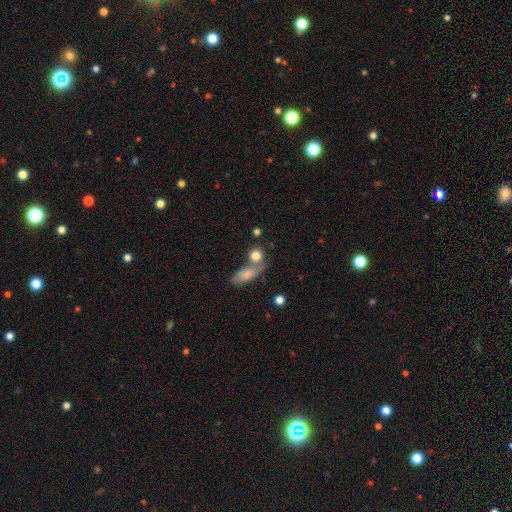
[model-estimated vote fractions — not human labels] Smooth or featured? Predicted: smooth (p=0.79). How rounded? Predicted: round (p=0.76). Merging? Predicted: none (p=0.50).